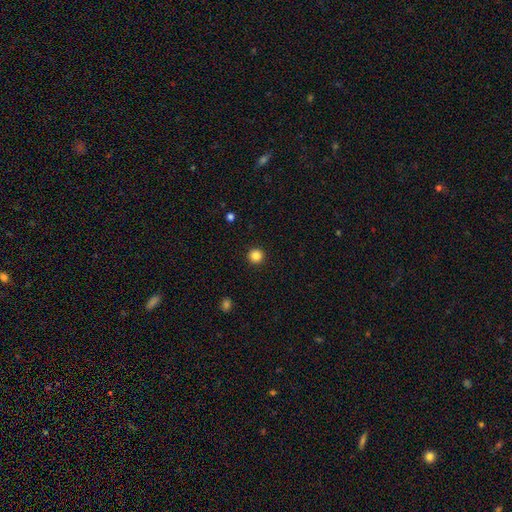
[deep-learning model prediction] Smooth or featured?
  - smooth: 85% *
  - star or artifact: 11%
  - featured or disk: 4%
How rounded?
  - round: 96% *
  - in between: 3%
  - cigar-shaped: 1%
Merging?
  - none: 94% *
  - minor disturbance: 4%
  - major disturbance: 2%
  - merger: 1%